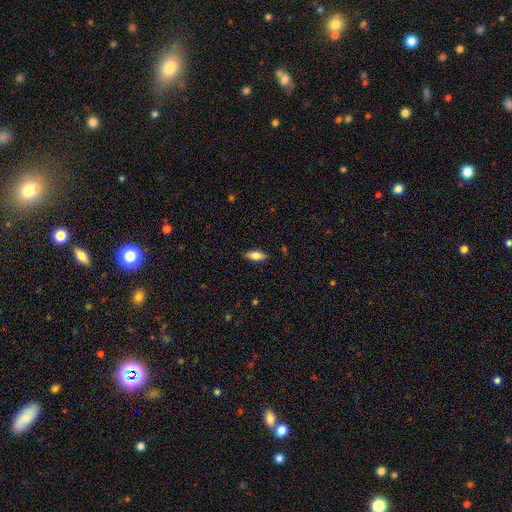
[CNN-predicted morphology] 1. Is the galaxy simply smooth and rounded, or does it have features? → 73% smooth, 20% featured or disk, 7% star or artifact.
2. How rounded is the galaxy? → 79% in between, 18% cigar-shaped, 3% round.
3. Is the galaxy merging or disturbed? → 87% none, 10% minor disturbance, 2% major disturbance, 1% merger.